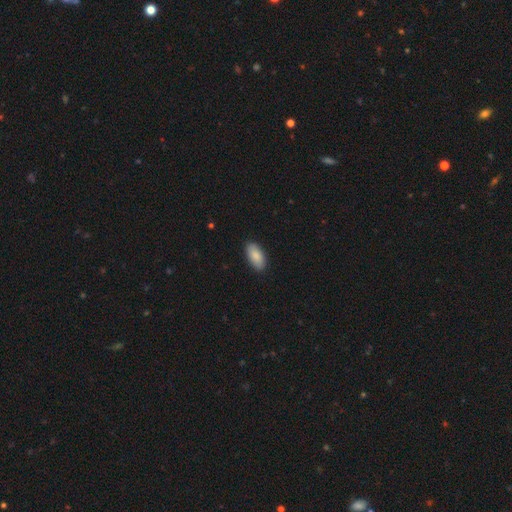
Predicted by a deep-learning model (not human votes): smooth 88%, featured or disk 7%, star or artifact 6%. Down the decision tree: how rounded — in between (92%); merging — none (88%).